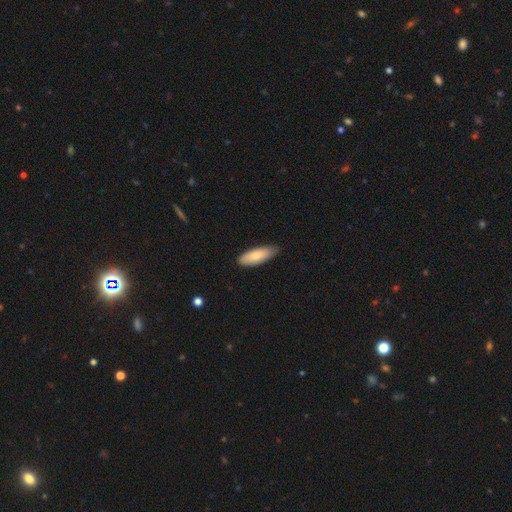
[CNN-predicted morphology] smooth 81%, featured or disk 14%, star or artifact 5%. Down the decision tree: how rounded — in between (67%); merging — none (80%).